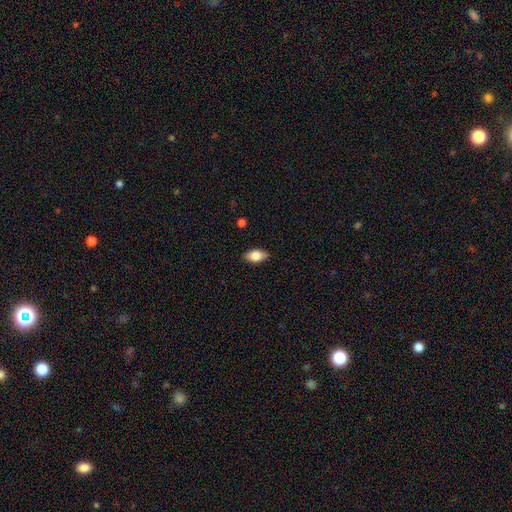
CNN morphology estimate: smooth-or-featured: smooth: 79% | featured or disk: 14% | star or artifact: 7%
  how-rounded: in between: 90% | round: 6% | cigar-shaped: 4%
  merging: none: 88% | minor disturbance: 9% | major disturbance: 2% | merger: 1%